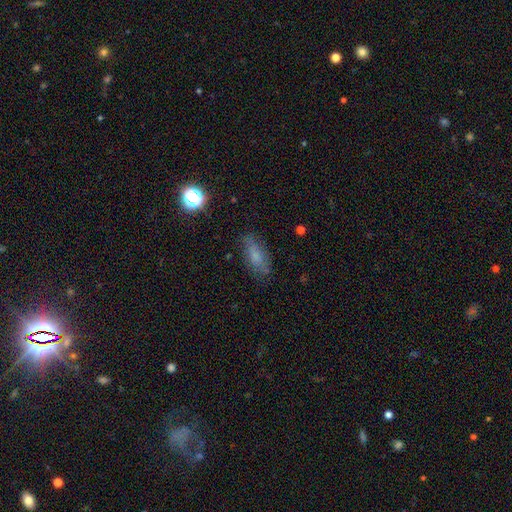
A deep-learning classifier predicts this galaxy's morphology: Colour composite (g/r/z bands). It shows a smooth galaxy with no disk features (65%) that is in between round and cigar-shaped (76%). Merging: none (72%).